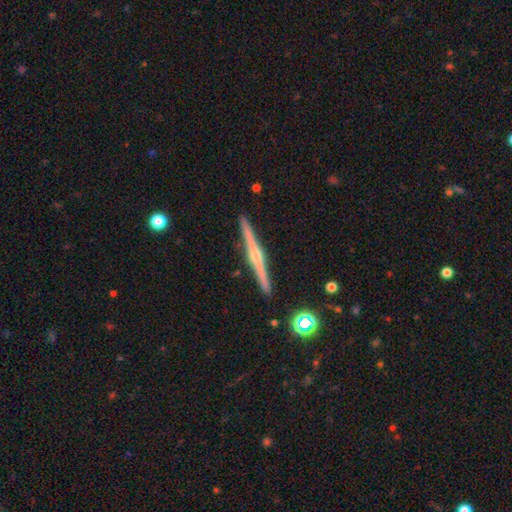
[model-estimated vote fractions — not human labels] This appears to be a featured or disk galaxy (82%) viewed edge-on (99%) with a rounded central bulge (87%). Merging: none (93%).